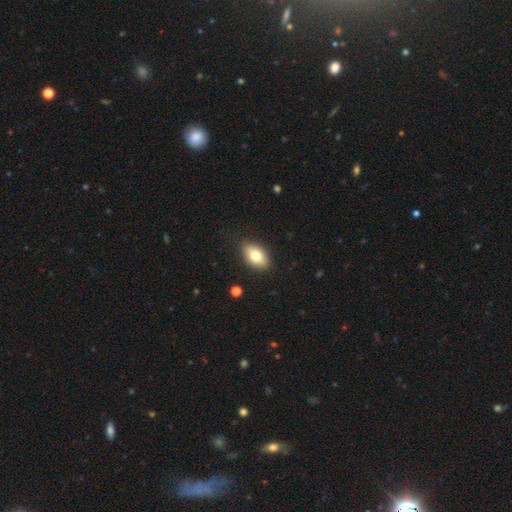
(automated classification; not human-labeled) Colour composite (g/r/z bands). It shows a smooth galaxy with no disk features (77%) that is in between round and cigar-shaped (90%). Merging: none (86%).